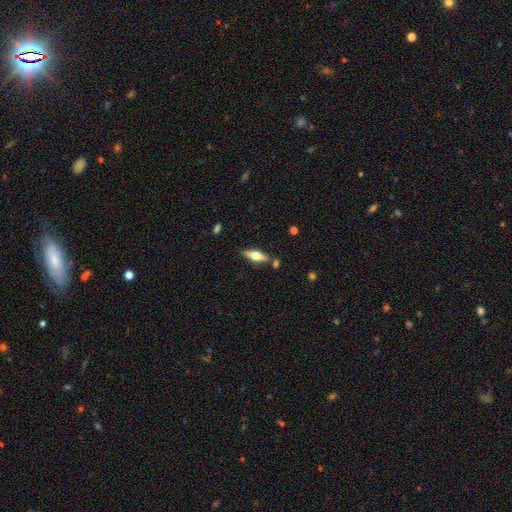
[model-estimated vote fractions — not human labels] Smooth or featured: featured or disk — 54% (smooth — 40%)
Edge-on disk: yes — 92% (no — 8%)
Merging: none — 78% (minor disturbance — 12%)